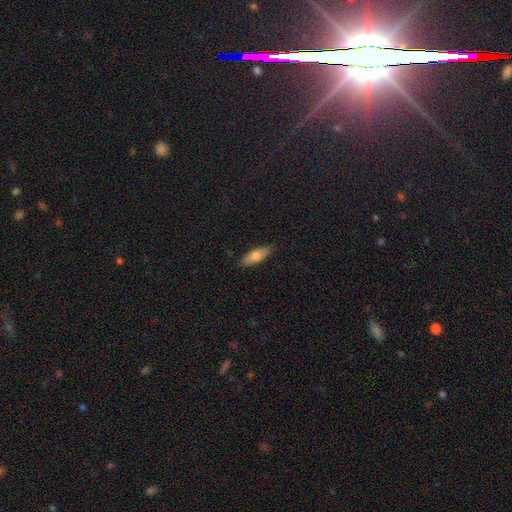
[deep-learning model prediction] Smooth or featured?
  - smooth: 72% *
  - featured or disk: 22%
  - star or artifact: 6%
How rounded?
  - in between: 60% *
  - cigar-shaped: 37%
  - round: 2%
Merging?
  - none: 87% *
  - minor disturbance: 10%
  - major disturbance: 2%
  - merger: 1%